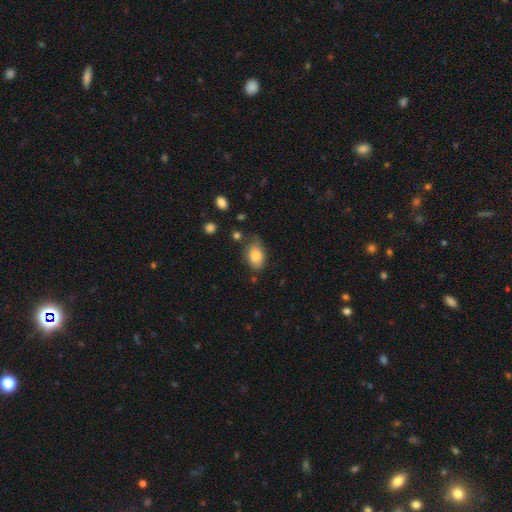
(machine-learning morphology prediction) Q: Smooth or featured?
A: smooth (81%); runner-up: featured or disk (12%)
Q: How rounded?
A: in between (86%); runner-up: round (12%)
Q: Merging?
A: none (63%); runner-up: minor disturbance (27%)